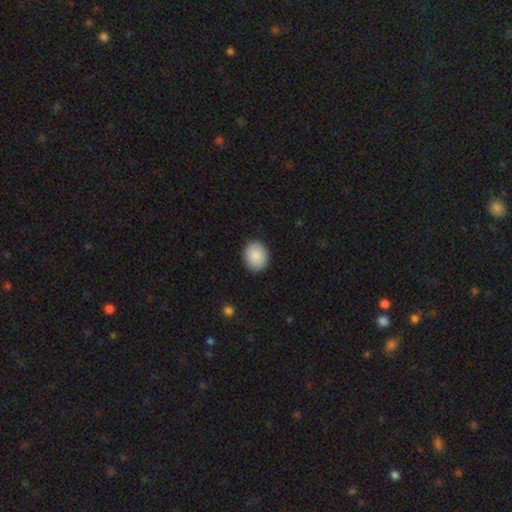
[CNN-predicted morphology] smooth_or_featured: smooth (p=0.89) [alt: star or artifact p=0.06]
how_rounded: round (p=0.57) [alt: in between p=0.42]
merging: none (p=0.89) [alt: minor disturbance p=0.08]